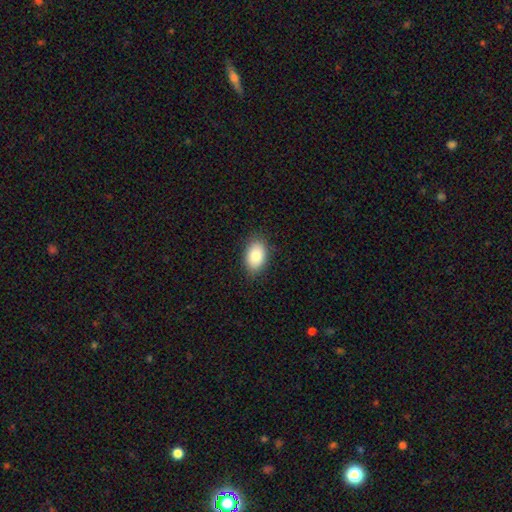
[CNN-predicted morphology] A smooth galaxy with no disk features (84%) that is in between round and cigar-shaped (88%).

Vote fractions:
- Smooth or featured? smooth: 84% / featured or disk: 8% / star or artifact: 7%
- How rounded? in between: 88% / round: 11% / cigar-shaped: 1%
- Merging? none: 86% / minor disturbance: 11% / major disturbance: 3% / merger: 1%